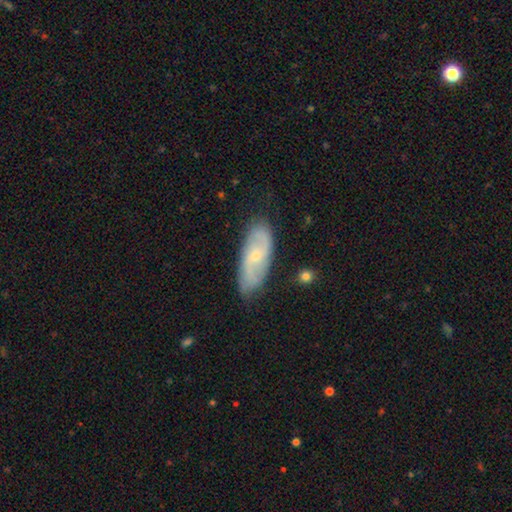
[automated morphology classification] A featured or disk galaxy (68%) with no bar (58%), 2 (77%) medium (42%) spiral arms (87%) and a small central bulge (71%). Merging: none (79%).